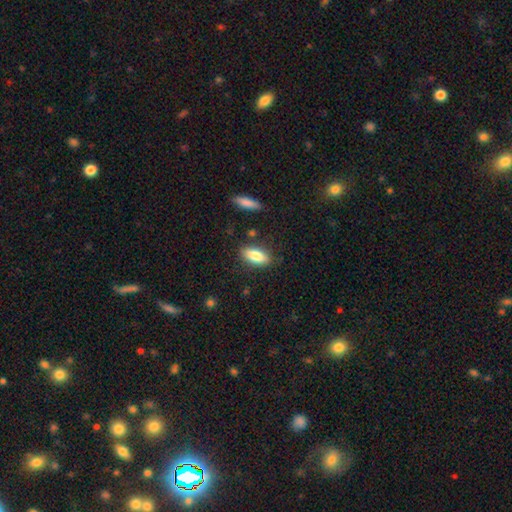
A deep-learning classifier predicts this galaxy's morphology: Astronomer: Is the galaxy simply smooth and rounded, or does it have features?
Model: smooth — 82%.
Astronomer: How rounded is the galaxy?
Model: in between — 81%.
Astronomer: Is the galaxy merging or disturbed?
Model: none — 82%.